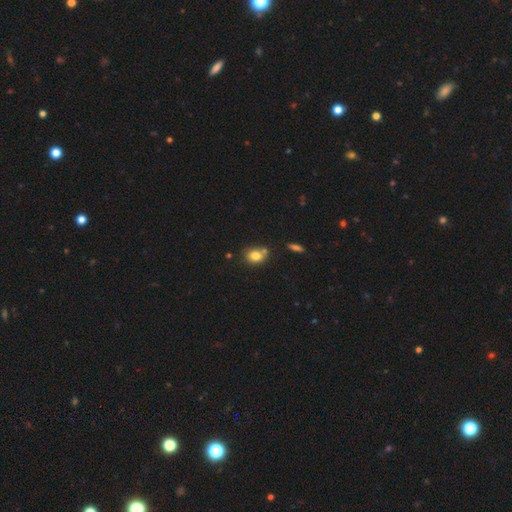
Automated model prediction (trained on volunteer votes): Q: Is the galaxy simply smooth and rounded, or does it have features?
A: smooth — 80%.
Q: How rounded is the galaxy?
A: in between — 51%.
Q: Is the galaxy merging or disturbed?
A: none — 58%.